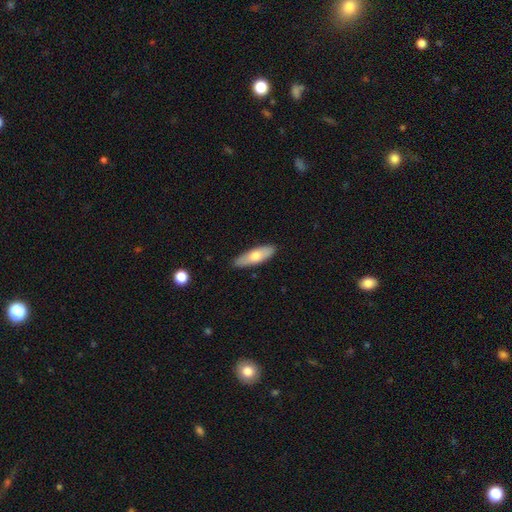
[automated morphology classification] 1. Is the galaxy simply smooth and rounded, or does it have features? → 65% smooth, 30% featured or disk, 5% star or artifact.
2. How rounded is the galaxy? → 49% in between, 48% cigar-shaped, 2% round.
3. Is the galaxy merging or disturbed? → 88% none, 9% minor disturbance, 2% major disturbance, 1% merger.